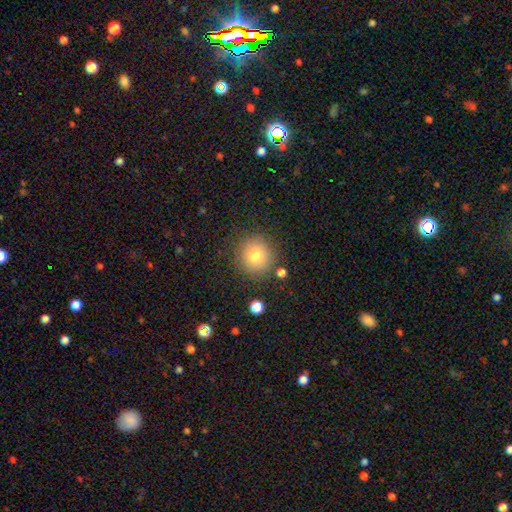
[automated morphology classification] type=smooth (78%); roundness=round (91%); merging=none (84%).